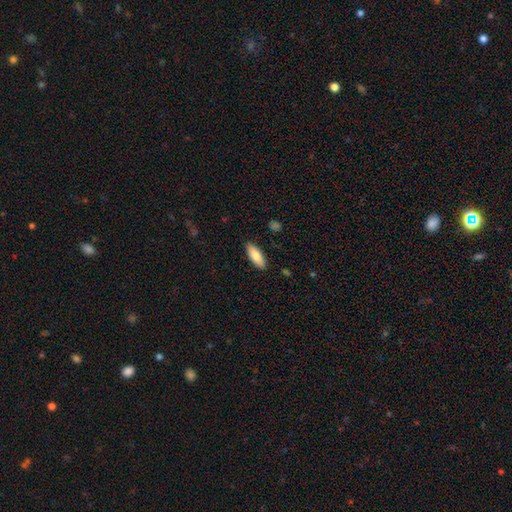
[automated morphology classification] The model was most divided on "how rounded": in between: 68%, cigar-shaped: 31%, round: 2%. More confident: merging — none (89%); smooth or featured — smooth (79%).